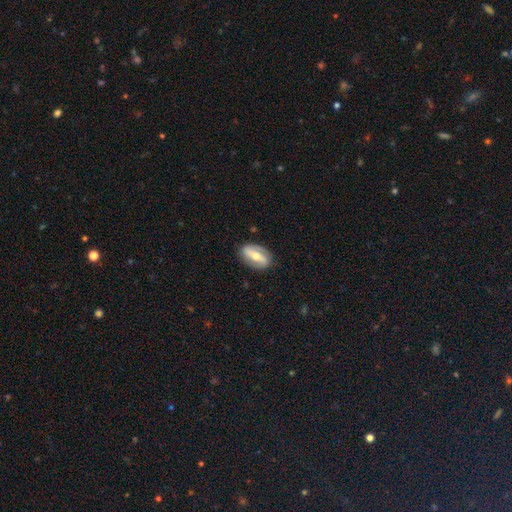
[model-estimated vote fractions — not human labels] Smooth or featured? featured or disk (62%)
Edge-on disk? no (87%)
Bar? strong (54%)
Spiral arms? yes (64%)
Bulge size? moderate (66%)
Merging? none (85%)